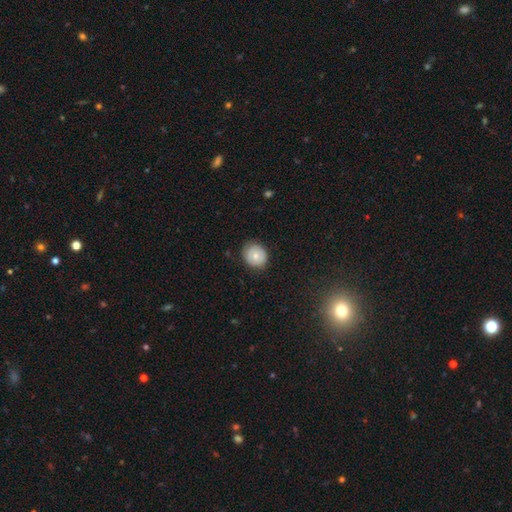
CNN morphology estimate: This appears to be a smooth galaxy with no disk features (69%) that is round (82%). Merging: none (80%).